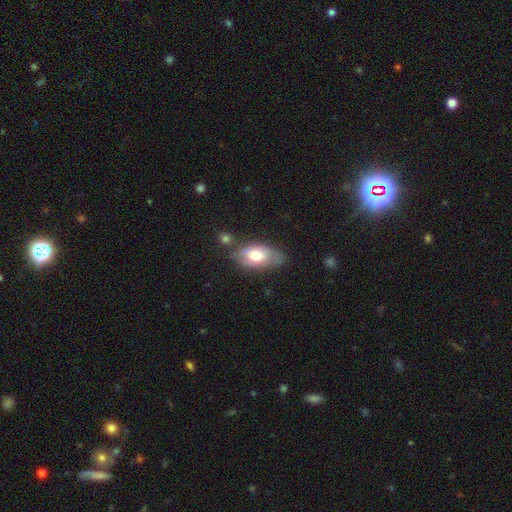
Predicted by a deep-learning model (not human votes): Smooth or featured?
  - smooth: 63% *
  - featured or disk: 30%
  - star or artifact: 7%
How rounded?
  - in between: 90% *
  - round: 6%
  - cigar-shaped: 4%
Merging?
  - none: 55% *
  - minor disturbance: 26%
  - merger: 10%
  - major disturbance: 8%